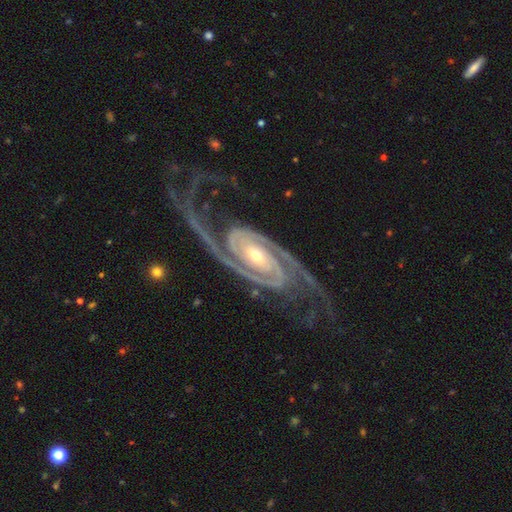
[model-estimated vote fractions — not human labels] Smooth or featured? Predicted: featured or disk (p=0.94). Edge-on disk? Predicted: no (p=0.97). Bar? Predicted: no (p=0.45). Spiral arms? Predicted: yes (p=0.99). Spiral winding? Predicted: tight (p=0.46). Spiral arm count? Predicted: 2 (p=0.78). Bulge size? Predicted: small (p=0.52). Merging? Predicted: none (p=0.67).